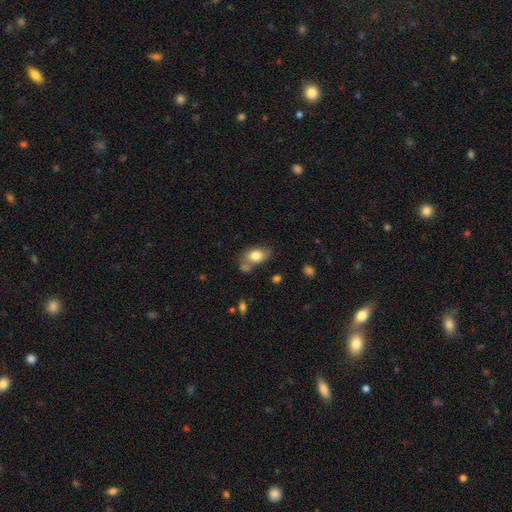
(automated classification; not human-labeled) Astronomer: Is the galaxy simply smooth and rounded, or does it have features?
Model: smooth — 80%.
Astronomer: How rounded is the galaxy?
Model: in between — 85%.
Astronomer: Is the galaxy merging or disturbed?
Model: none — 55%.